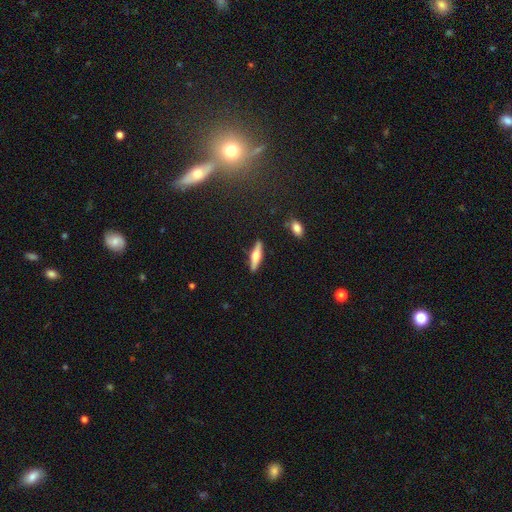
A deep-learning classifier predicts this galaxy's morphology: Q: Smooth or featured?
A: smooth (47%); tied with: featured or disk (47%)
Q: Merging?
A: none (88%); runner-up: minor disturbance (8%)